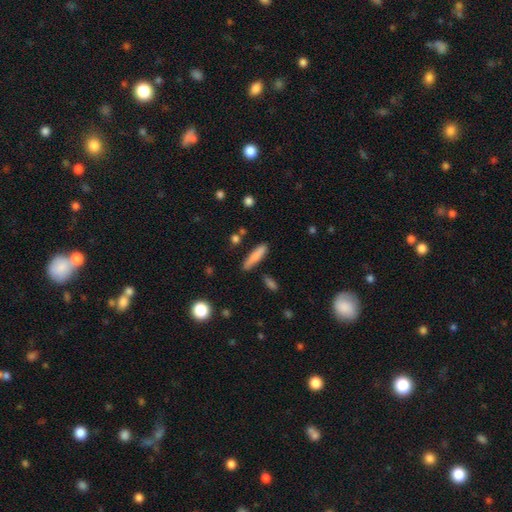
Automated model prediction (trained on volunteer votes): Smooth or featured? Predicted: smooth (p=0.80). How rounded? Predicted: cigar-shaped (p=0.80). Merging? Predicted: none (p=0.79).